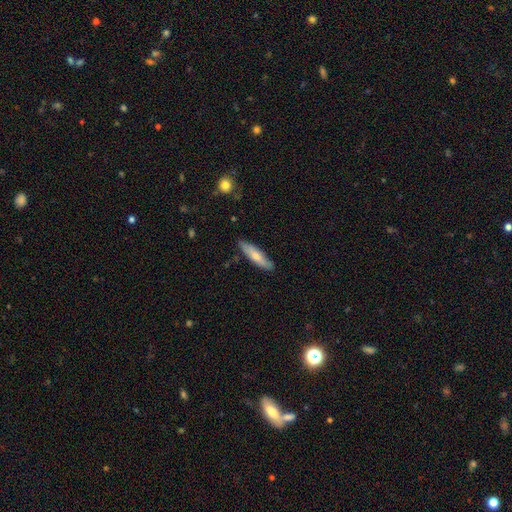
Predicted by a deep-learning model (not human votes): Smooth or featured?
  - smooth: 70% *
  - featured or disk: 25%
  - star or artifact: 5%
How rounded?
  - cigar-shaped: 74% *
  - in between: 25%
  - round: 2%
Merging?
  - none: 84% *
  - minor disturbance: 12%
  - major disturbance: 2%
  - merger: 1%